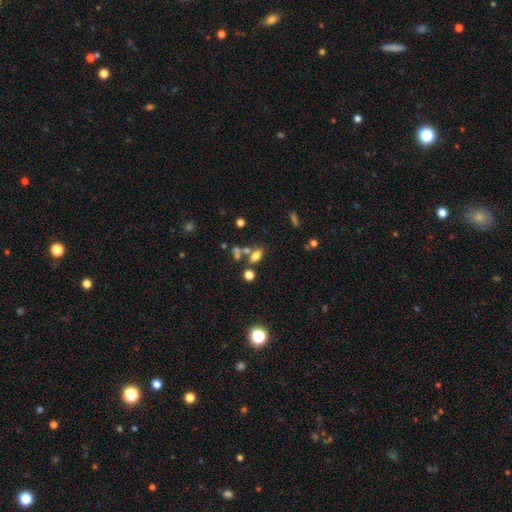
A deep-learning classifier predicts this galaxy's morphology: smooth 70%, star or artifact 16%, featured or disk 14%. Down the decision tree: how rounded — in between (81%); merging — none (53%).